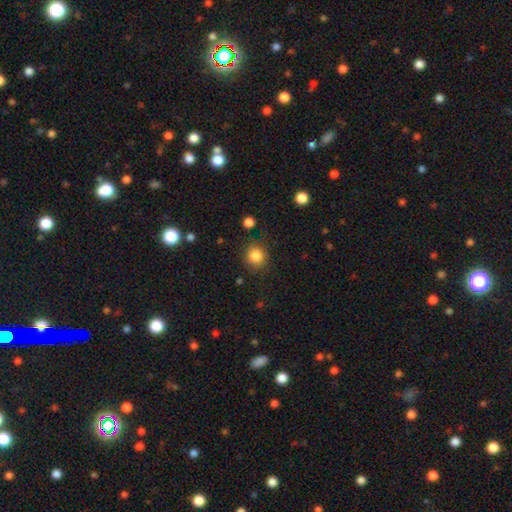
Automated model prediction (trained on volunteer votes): Smooth or featured? Predicted: smooth (p=0.85). How rounded? Predicted: round (p=0.90). Merging? Predicted: none (p=0.84).